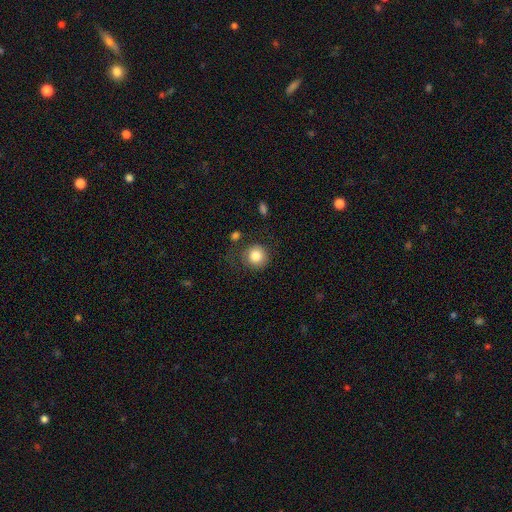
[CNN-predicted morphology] smooth 83%, star or artifact 9%, featured or disk 8%. Down the decision tree: how rounded — round (90%); merging — none (70%).